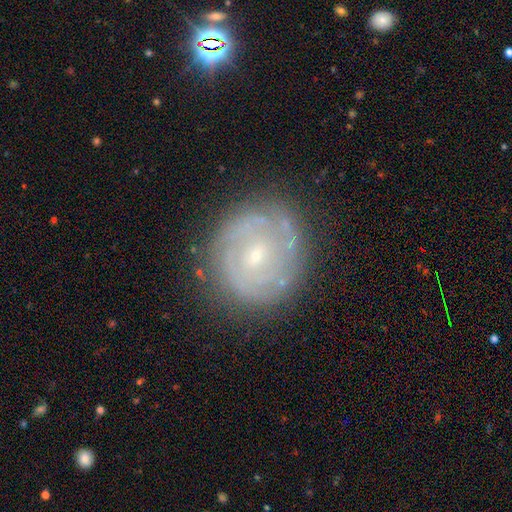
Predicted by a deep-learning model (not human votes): This appears to be a featured or disk galaxy (77%) with no bar (60%), tight (72%) spiral arms (86%) and a small central bulge (77%). Merging: none (79%).